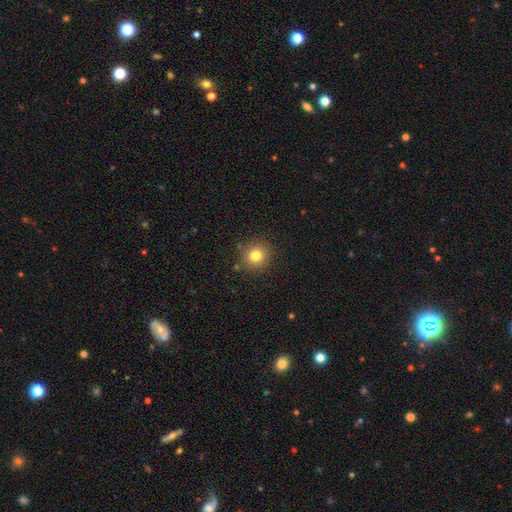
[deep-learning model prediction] Morphology: type=smooth (80%); roundness=round (92%); merging=none (87%).